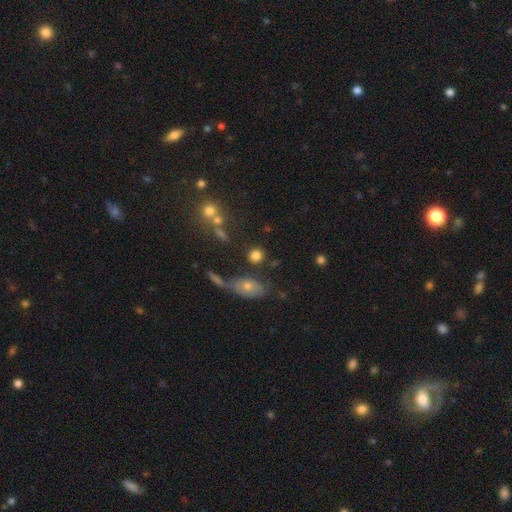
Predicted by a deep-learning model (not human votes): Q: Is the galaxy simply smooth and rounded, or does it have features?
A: smooth — 80%.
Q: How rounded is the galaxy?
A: round — 76%.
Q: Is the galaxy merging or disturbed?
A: none — 72%.